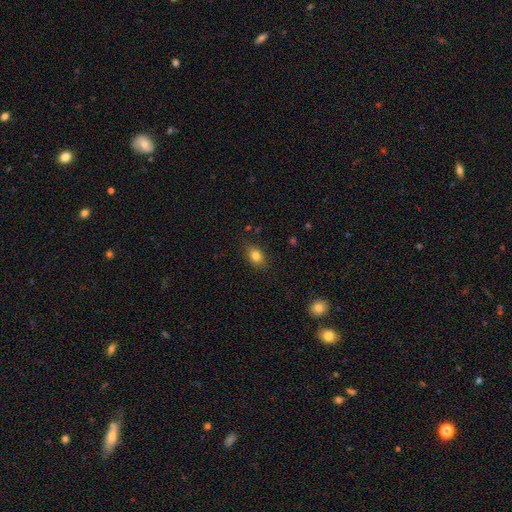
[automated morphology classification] This is likely a smooth galaxy (80%). How rounded: likely in between (71%). Merging: clearly none (83%).